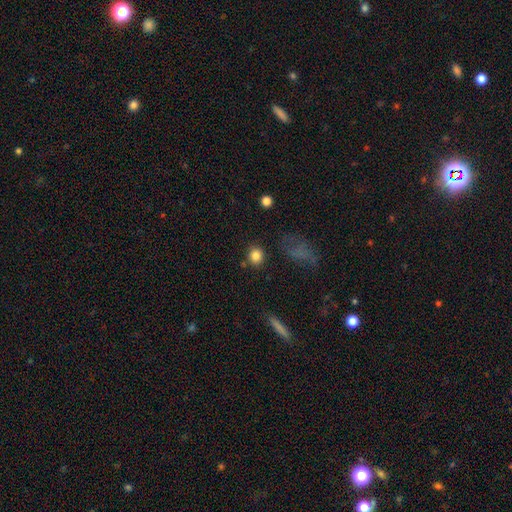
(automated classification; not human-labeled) This is clearly a smooth galaxy (83%). How rounded: clearly round (81%). Merging: clearly none (82%).